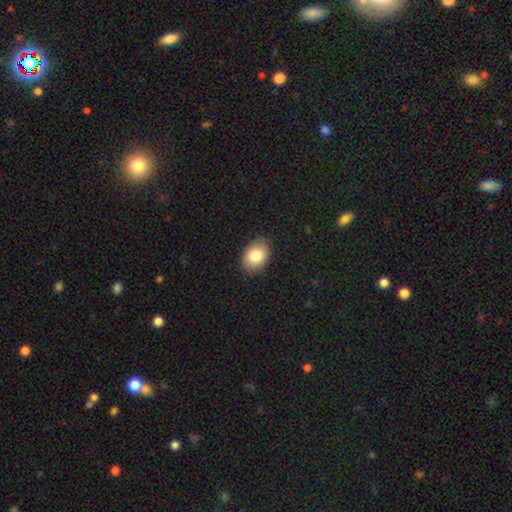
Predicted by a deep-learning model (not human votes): Smooth or featured? smooth (83%)
How rounded? in between (73%)
Merging? none (87%)